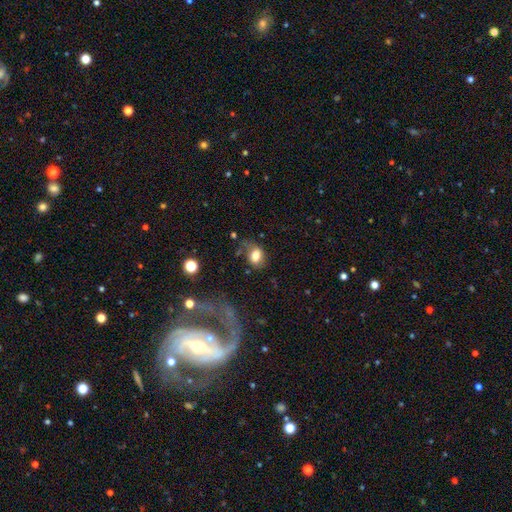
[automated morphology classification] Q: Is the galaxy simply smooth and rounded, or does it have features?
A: smooth — 76%.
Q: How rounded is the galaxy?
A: in between — 66%.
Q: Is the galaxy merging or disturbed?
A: none — 53%.